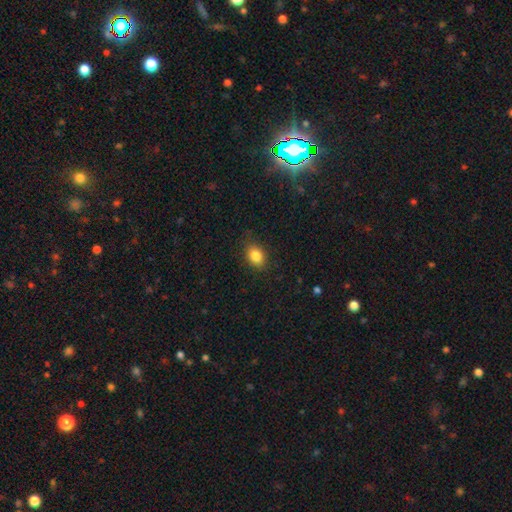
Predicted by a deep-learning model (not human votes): The model was most divided on "how rounded": in between: 72%, round: 27%, cigar-shaped: 1%. More confident: smooth or featured — smooth (85%); merging — none (85%).